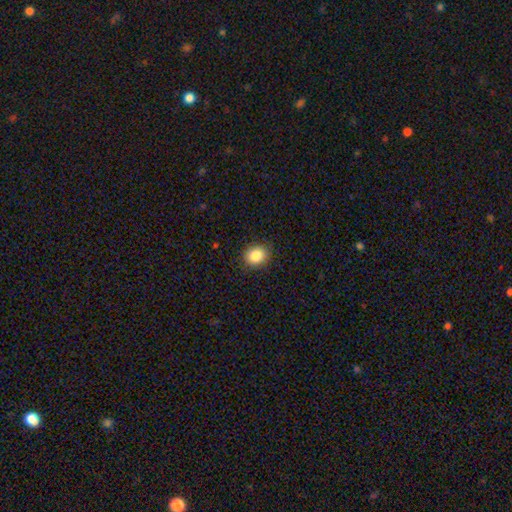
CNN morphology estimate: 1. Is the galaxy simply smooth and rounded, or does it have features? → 84% smooth, 10% star or artifact, 6% featured or disk.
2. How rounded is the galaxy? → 69% round, 31% in between, 1% cigar-shaped.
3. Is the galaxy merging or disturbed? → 88% none, 9% minor disturbance, 2% major disturbance, 1% merger.